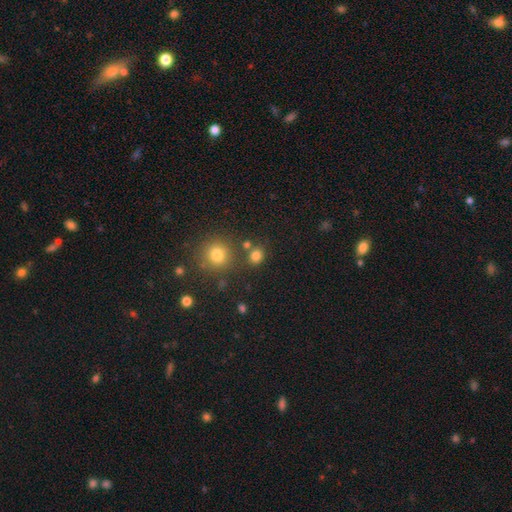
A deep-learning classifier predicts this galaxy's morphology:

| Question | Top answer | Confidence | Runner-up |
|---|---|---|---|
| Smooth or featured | smooth | 79% | star or artifact (16%) |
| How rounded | round | 72% | in between (26%) |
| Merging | none | 74% | merger (12%) |